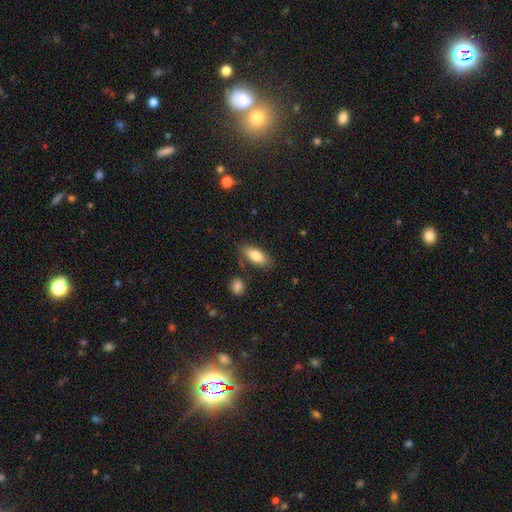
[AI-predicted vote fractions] Smooth or featured?
  - smooth: 81% *
  - featured or disk: 12%
  - star or artifact: 7%
How rounded?
  - in between: 84% *
  - cigar-shaped: 13%
  - round: 3%
Merging?
  - none: 81% *
  - minor disturbance: 13%
  - merger: 4%
  - major disturbance: 3%